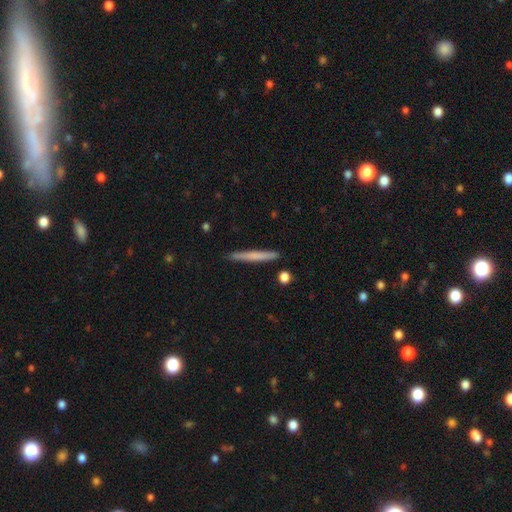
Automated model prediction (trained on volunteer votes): Smooth or featured: smooth — 63% (featured or disk — 31%)
How rounded: cigar-shaped — 97% (in between — 2%)
Merging: none — 89% (minor disturbance — 7%)